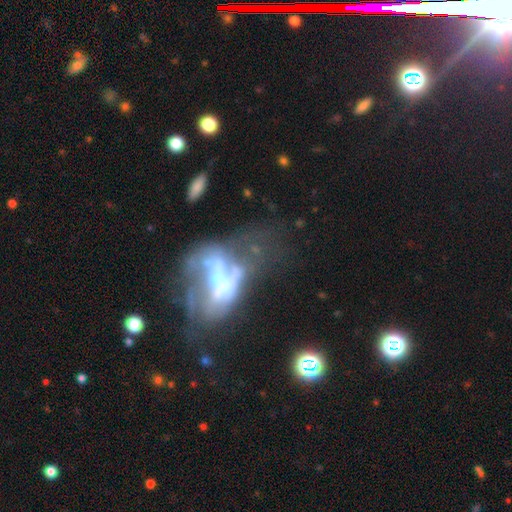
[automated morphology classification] This is likely a featured or disk galaxy (65%). It is clearly not viewed edge-on (91%). Bar: possibly no (56%). Spiral arm pattern: possibly no (59%). Central bulge: possibly moderate (49%). Merging: marginally major disturbance (37%).